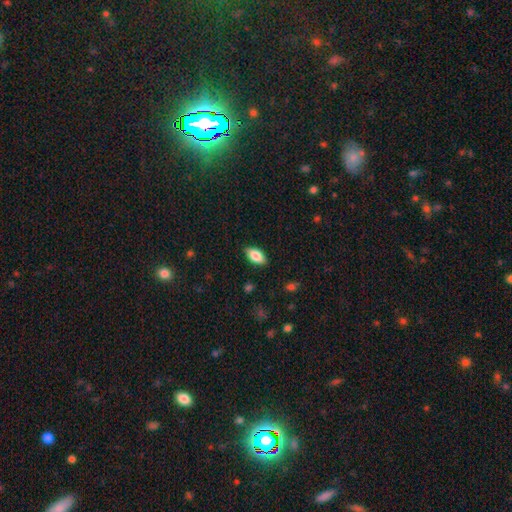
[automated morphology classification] A smooth galaxy with no disk features (83%) that is in between round and cigar-shaped (92%). Merging: none (87%).